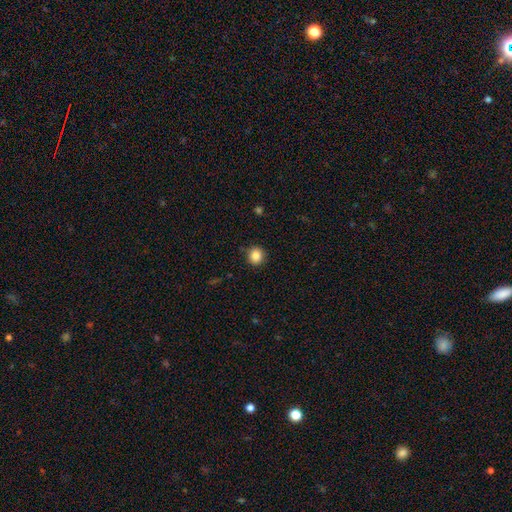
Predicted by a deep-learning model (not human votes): A smooth galaxy with no disk features (86%) that is round (91%).

Vote fractions:
- Smooth or featured? smooth: 86% / star or artifact: 10% / featured or disk: 4%
- How rounded? round: 91% / in between: 8% / cigar-shaped: 1%
- Merging? none: 89% / minor disturbance: 7% / major disturbance: 2% / merger: 1%